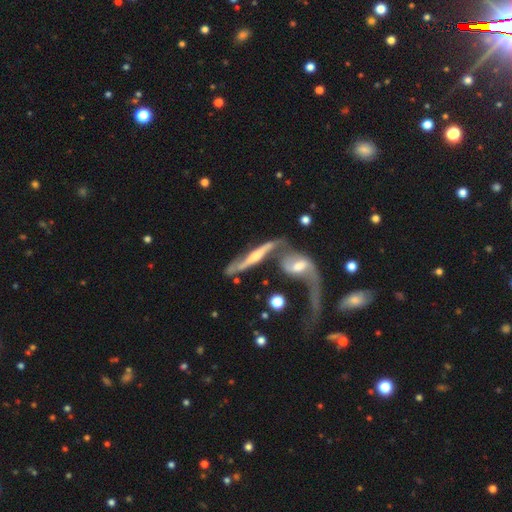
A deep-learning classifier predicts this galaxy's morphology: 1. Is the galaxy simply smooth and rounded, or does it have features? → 78% featured or disk, 16% smooth, 6% star or artifact.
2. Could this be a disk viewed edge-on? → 69% yes, 31% no.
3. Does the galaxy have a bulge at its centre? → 76% rounded, 13% none, 11% boxy.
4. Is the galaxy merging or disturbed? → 47% merger, 27% none, 13% minor disturbance, 13% major disturbance.